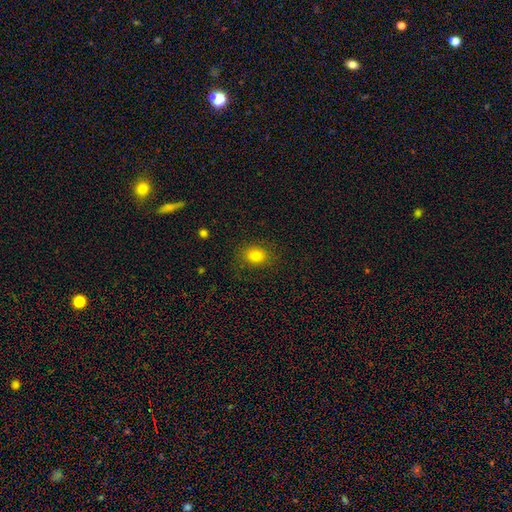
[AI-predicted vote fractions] This appears to be a smooth galaxy with no disk features (80%) that is round (52%). Merging: none (84%).